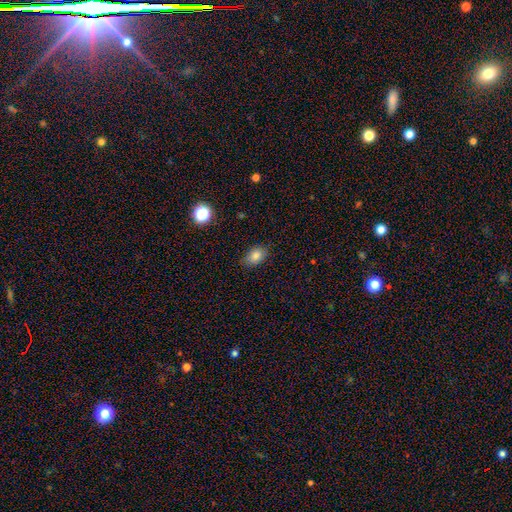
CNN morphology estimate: This appears to be a smooth galaxy with no disk features (83%) that is in between round and cigar-shaped (84%). Merging: none (83%).